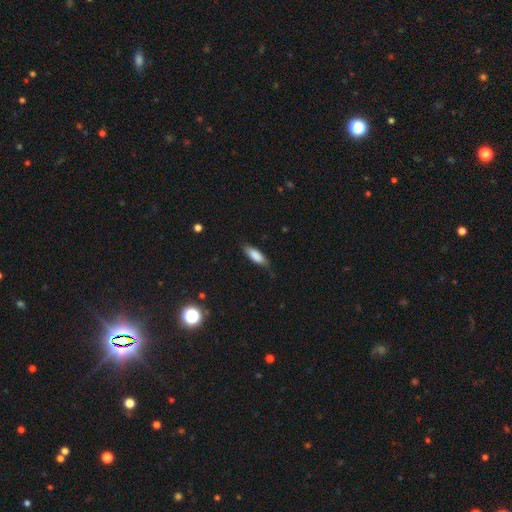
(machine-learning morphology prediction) This is clearly a smooth galaxy (82%). How rounded: likely in between (62%). Merging: likely none (74%).